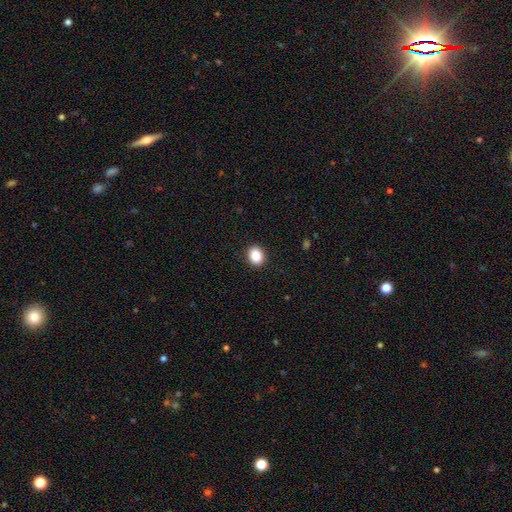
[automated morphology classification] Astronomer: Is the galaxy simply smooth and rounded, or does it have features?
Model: smooth — 89%.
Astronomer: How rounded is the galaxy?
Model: in between — 53% (runner-up: round, 46%).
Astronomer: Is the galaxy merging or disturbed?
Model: none — 91%.